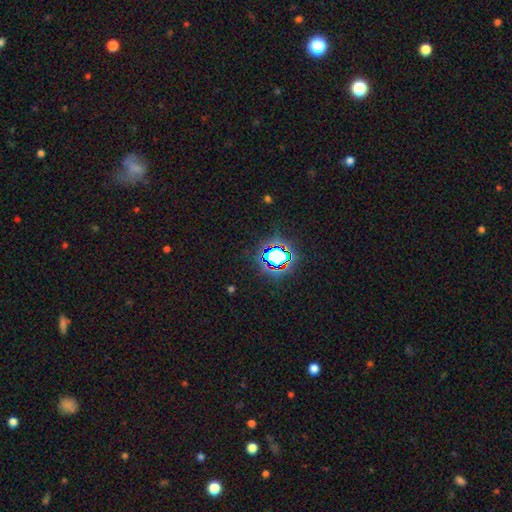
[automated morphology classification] Overall: star or artifact (80%).